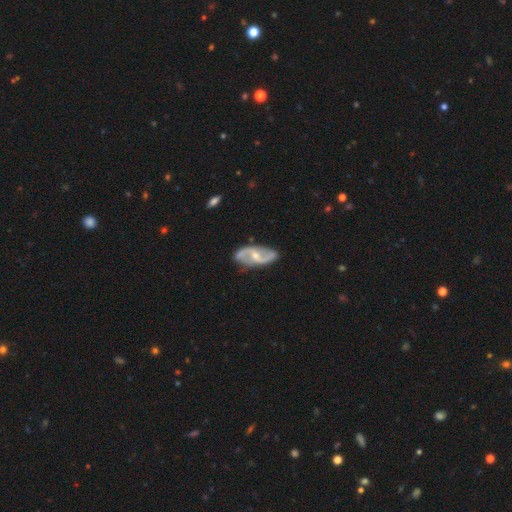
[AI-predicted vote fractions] The model was most divided on "bulge size": small: 50%, moderate: 46%, none: 2%, large: 1%, dominant: 1%. Remaining: edge-on disk — no (95%); spiral arms — yes (94%); spiral arm count — 2 (92%); smooth or featured — featured or disk (85%); merging — none (81%); spiral winding — loose (53%); bar — weak (44%).